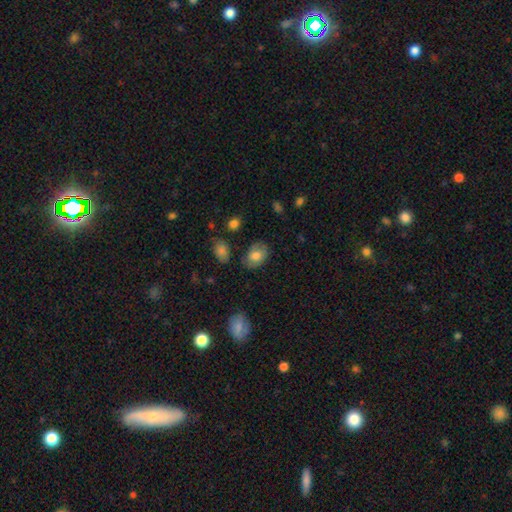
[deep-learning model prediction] smooth 72%, featured or disk 20%, star or artifact 8%. Down the decision tree: how rounded — in between (79%); merging — none (72%).